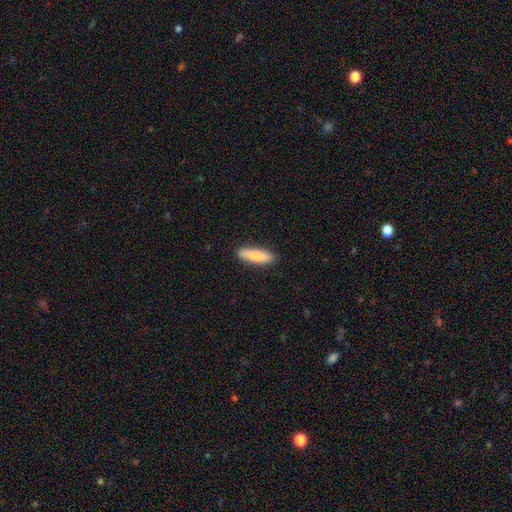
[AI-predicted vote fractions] This is clearly a smooth galaxy (86%). How rounded: likely cigar-shaped (68%). Merging: clearly none (89%).